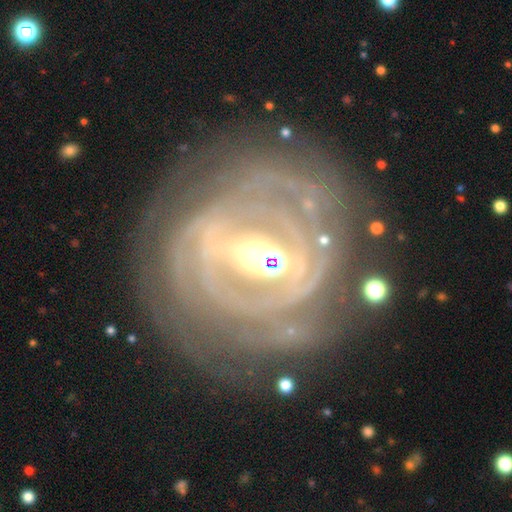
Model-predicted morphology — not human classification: smooth_or_featured: featured or disk (p=0.89) [alt: smooth p=0.06]
disk_edge_on: no (p=0.94) [alt: yes p=0.06]
bar: strong (p=0.61) [alt: weak p=0.29]
has_spiral_arms: yes (p=0.90) [alt: no p=0.10]
spiral_winding: tight (p=0.82) [alt: medium p=0.14]
spiral_arm_count: can't tell (p=0.40) [alt: 2 p=0.18]
bulge_size: moderate (p=0.59) [alt: small p=0.29]
merging: none (p=0.78) [alt: minor disturbance p=0.13]